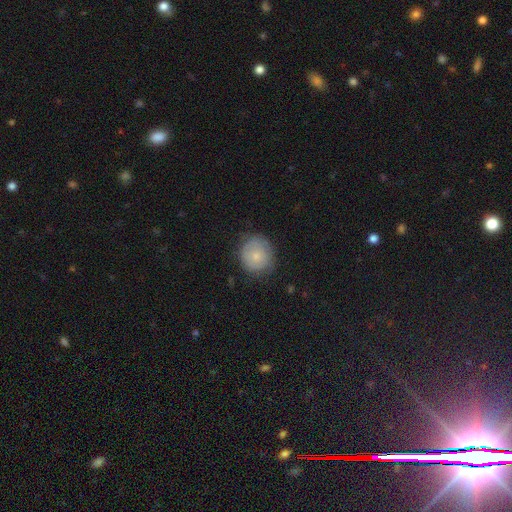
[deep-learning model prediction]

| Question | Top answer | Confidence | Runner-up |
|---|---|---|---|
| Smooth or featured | smooth | 65% | featured or disk (28%) |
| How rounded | round | 85% | in between (14%) |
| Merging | none | 73% | minor disturbance (21%) |